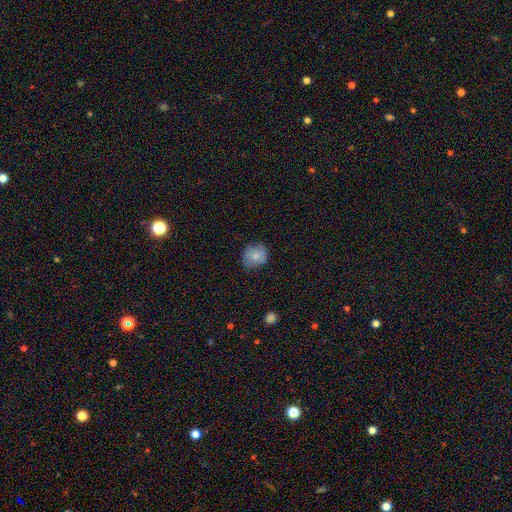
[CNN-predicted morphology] Smooth or featured: smooth — 79% (featured or disk — 12%)
How rounded: round — 76% (in between — 23%)
Merging: none — 72% (minor disturbance — 22%)